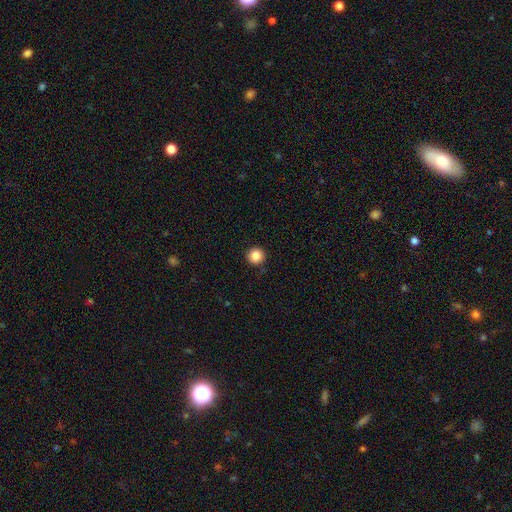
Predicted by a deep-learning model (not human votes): A smooth galaxy with no disk features (86%) that is round (96%).

Vote fractions:
- Smooth or featured? smooth: 86% / star or artifact: 10% / featured or disk: 4%
- How rounded? round: 96% / in between: 3% / cigar-shaped: 1%
- Merging? none: 91% / minor disturbance: 6% / major disturbance: 2% / merger: 1%